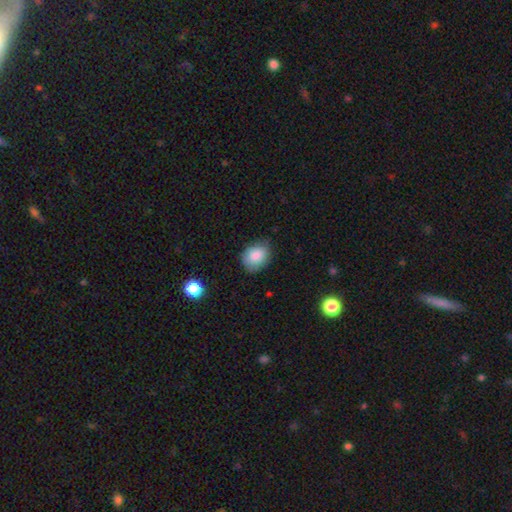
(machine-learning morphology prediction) Smooth or featured: smooth — 85% (star or artifact — 8%)
How rounded: in between — 59% (round — 40%)
Merging: none — 71% (minor disturbance — 24%)